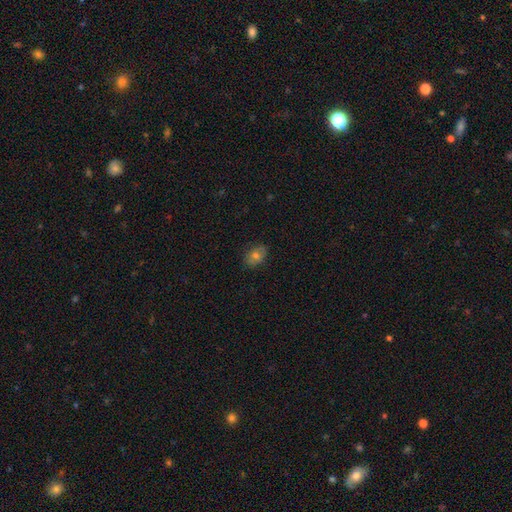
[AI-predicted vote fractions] A smooth galaxy with no disk features (67%) that is in between round and cigar-shaped (73%).

Vote fractions:
- Smooth or featured? smooth: 67% / featured or disk: 22% / star or artifact: 11%
- How rounded? in between: 73% / round: 25% / cigar-shaped: 1%
- Merging? none: 81% / minor disturbance: 15% / major disturbance: 3% / merger: 1%